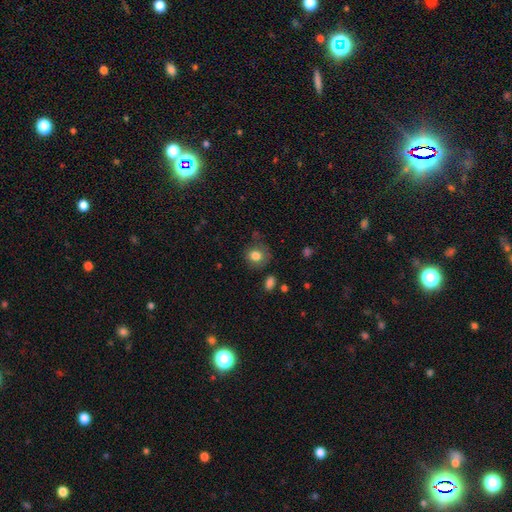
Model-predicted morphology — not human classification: Overall: smooth (81%). How rounded: round (76%). Merging: none (68%).